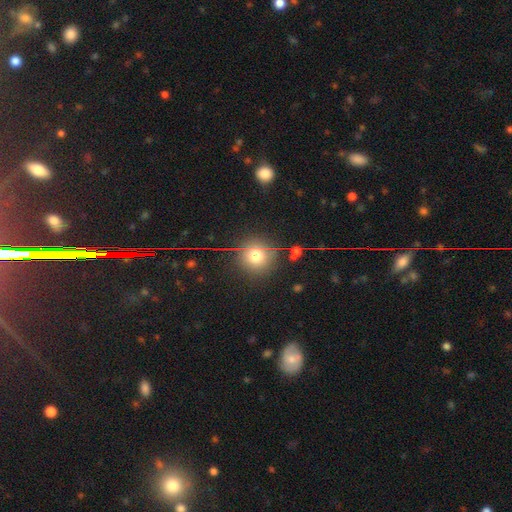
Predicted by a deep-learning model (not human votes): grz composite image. It shows a smooth galaxy with no disk features (73%) that is round (92%). Merging: none (85%).